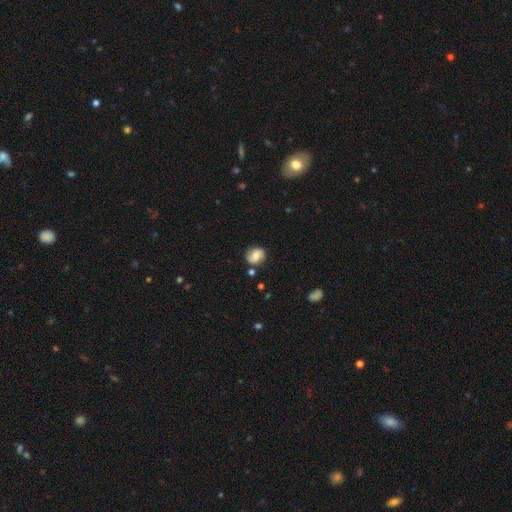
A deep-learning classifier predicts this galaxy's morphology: Smooth or featured?
  - featured or disk: 48% *
  - smooth: 43%
  - star or artifact: 9%
Merging?
  - none: 75% *
  - minor disturbance: 17%
  - major disturbance: 5%
  - merger: 4%